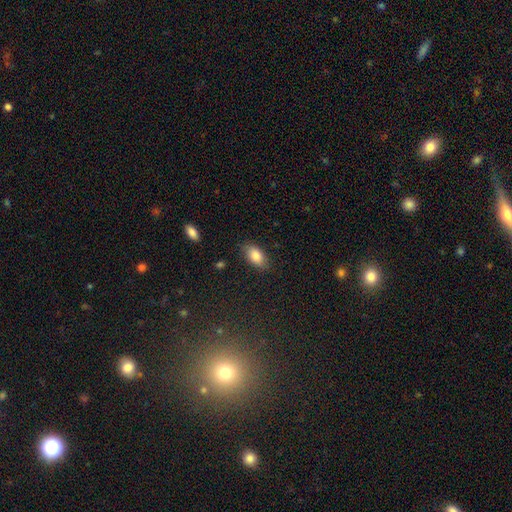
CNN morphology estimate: smooth 84%, featured or disk 9%, star or artifact 8%. Down the decision tree: how rounded — in between (91%); merging — none (83%).